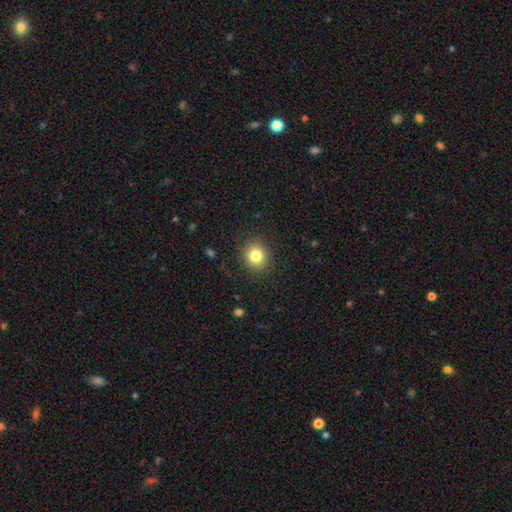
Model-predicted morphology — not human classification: This appears to be a smooth galaxy with no disk features (82%) that is round (77%). Merging: none (89%).